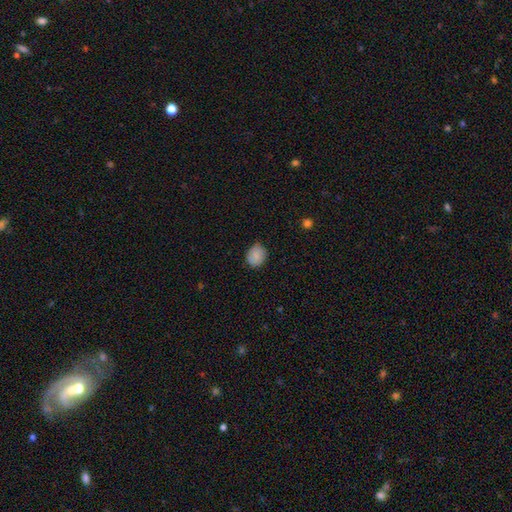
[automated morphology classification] smooth_or_featured: smooth (p=0.85) [alt: star or artifact p=0.08]
how_rounded: round (p=0.60) [alt: in between p=0.40]
merging: none (p=0.78) [alt: minor disturbance p=0.18]